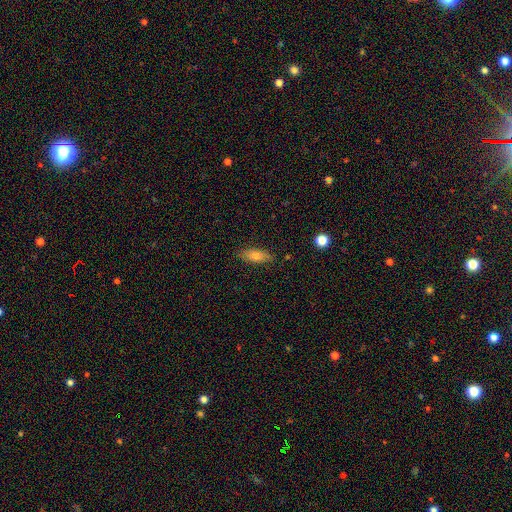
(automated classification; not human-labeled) Smooth or featured?
  - smooth: 73% *
  - featured or disk: 17%
  - star or artifact: 9%
How rounded?
  - in between: 62% *
  - cigar-shaped: 35%
  - round: 3%
Merging?
  - none: 83% *
  - minor disturbance: 13%
  - major disturbance: 2%
  - merger: 1%